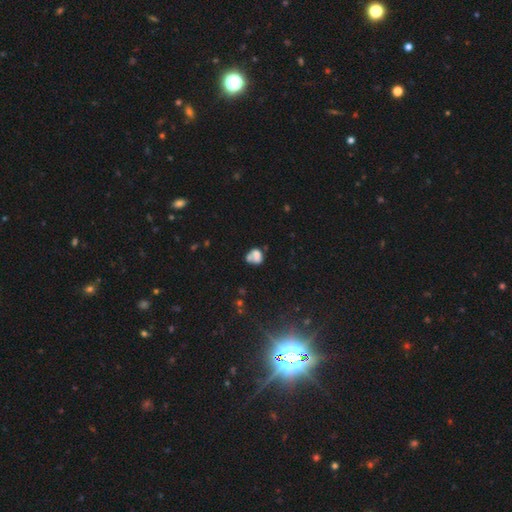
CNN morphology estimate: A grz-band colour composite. It shows a smooth galaxy with no disk features (64%) that is in between round and cigar-shaped (54%). Merging: merger (34%).